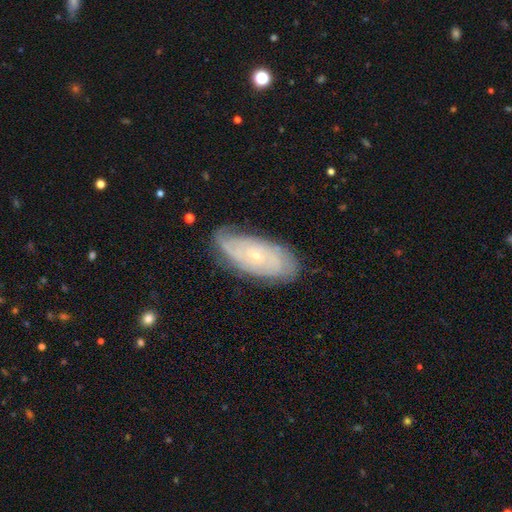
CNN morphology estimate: A featured or disk galaxy (74%) with no bar (80%), tight (72%) spiral arms (90%) and a small central bulge (84%). Merging: none (75%).